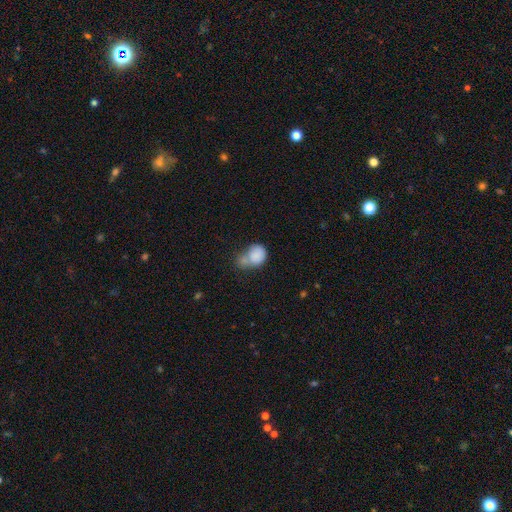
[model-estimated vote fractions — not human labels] smooth 83%, featured or disk 9%, star or artifact 8%. Down the decision tree: how rounded — round (50%); merging — merger (47%).